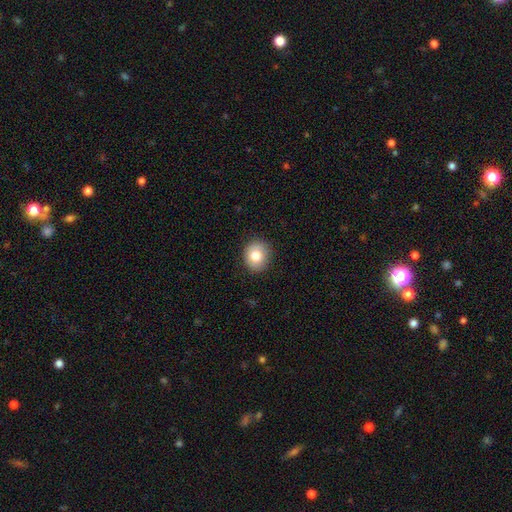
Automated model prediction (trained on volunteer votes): The model was most divided on "how rounded": round: 79%, in between: 20%, cigar-shaped: 1%. More confident: merging — none (87%); smooth or featured — smooth (79%).